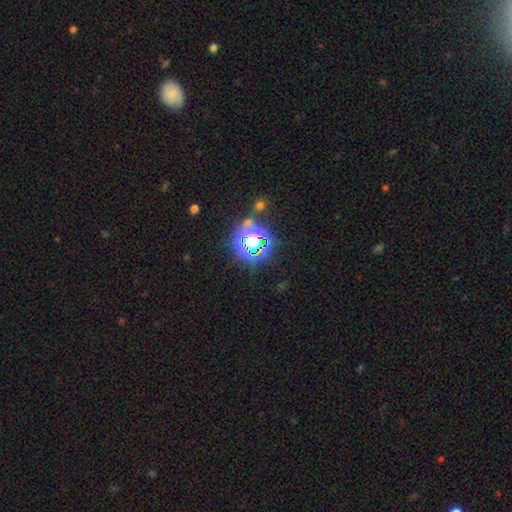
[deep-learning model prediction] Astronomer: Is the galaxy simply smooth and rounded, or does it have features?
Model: star or artifact — 76%.